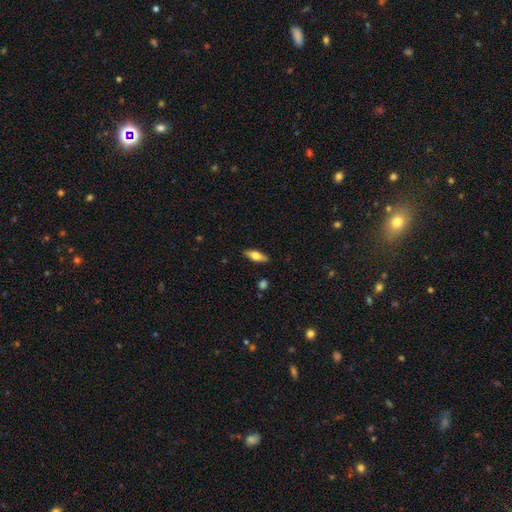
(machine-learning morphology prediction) Smooth or featured? smooth (60%)
How rounded? in between (65%)
Merging? none (88%)